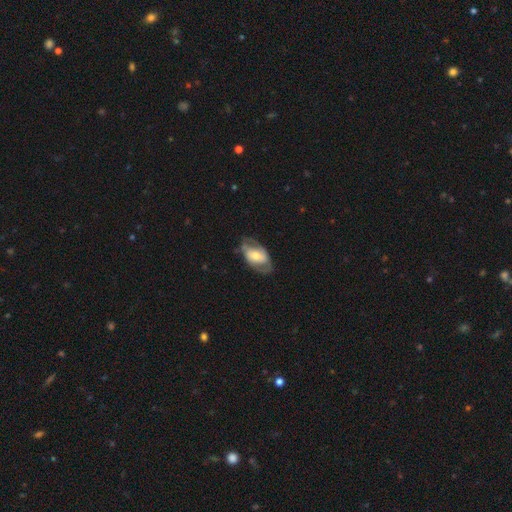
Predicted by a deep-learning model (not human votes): smooth-or-featured: featured or disk: 59% | smooth: 36% | star or artifact: 6%
  disk-edge-on: no: 92% | yes: 8%
    bar: no: 45% | weak: 32% | strong: 22%
    has-spiral-arms: yes: 58% | no: 42%
    bulge-size: moderate: 57% | small: 26% | large: 13% | none: 2% | dominant: 2%
  merging: none: 63% | minor disturbance: 22% | major disturbance: 13% | merger: 2%